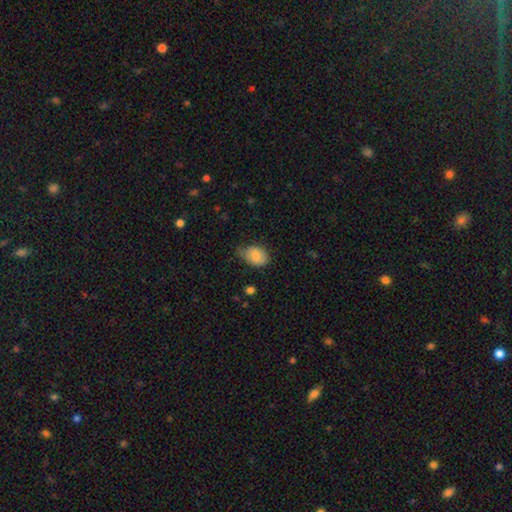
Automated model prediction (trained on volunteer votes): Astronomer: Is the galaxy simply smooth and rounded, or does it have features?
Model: smooth — 76%.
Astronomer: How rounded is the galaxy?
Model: in between — 72%.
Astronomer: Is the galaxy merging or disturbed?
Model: none — 48% (runner-up: minor disturbance, 41%).